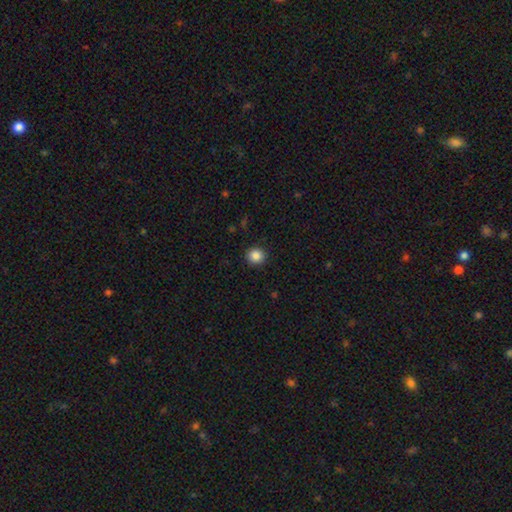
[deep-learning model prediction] A smooth galaxy with no disk features (87%) that is round (89%).

Vote fractions:
- Smooth or featured? smooth: 87% / star or artifact: 10% / featured or disk: 3%
- How rounded? round: 89% / in between: 10% / cigar-shaped: 1%
- Merging? none: 92% / minor disturbance: 6% / major disturbance: 2% / merger: 1%